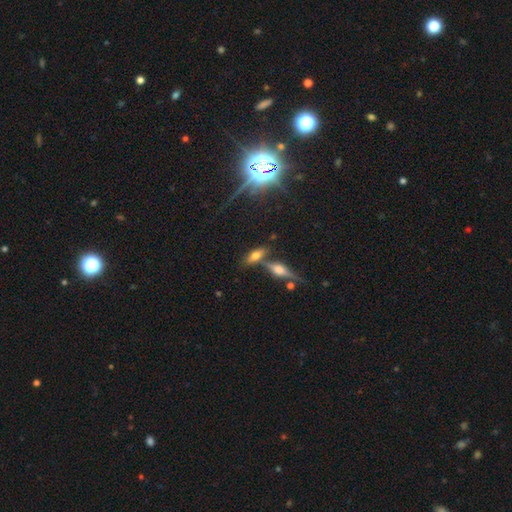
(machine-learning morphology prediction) Q: Smooth or featured?
A: smooth (46%); runner-up: featured or disk (40%)
Q: Merging?
A: none (61%); runner-up: merger (22%)